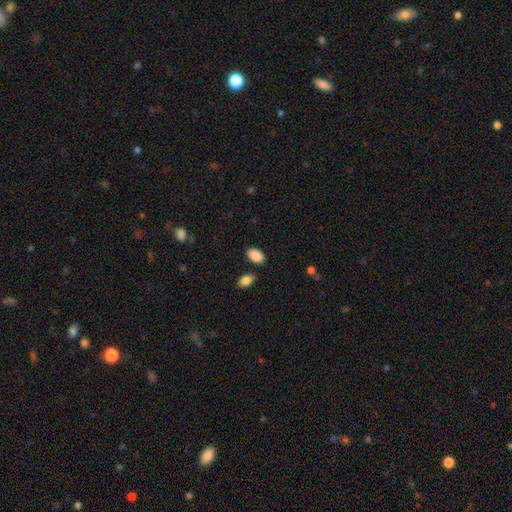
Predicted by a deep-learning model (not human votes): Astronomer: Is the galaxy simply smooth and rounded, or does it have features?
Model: smooth — 90%.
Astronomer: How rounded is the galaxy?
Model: in between — 94%.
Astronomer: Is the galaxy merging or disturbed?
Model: none — 81%.